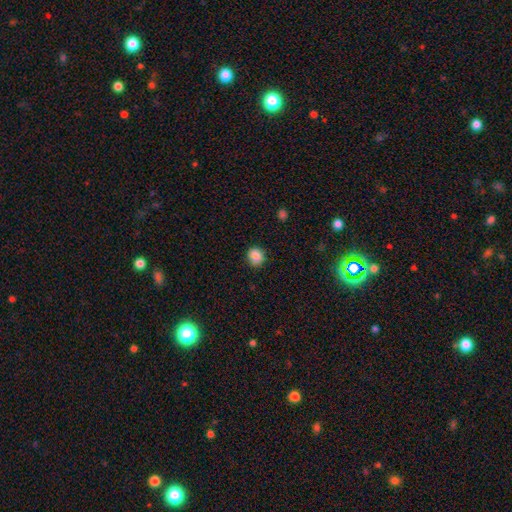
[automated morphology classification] smooth_or_featured: smooth (p=0.87) [alt: star or artifact p=0.09]
how_rounded: round (p=0.78) [alt: in between p=0.22]
merging: none (p=0.85) [alt: minor disturbance p=0.11]